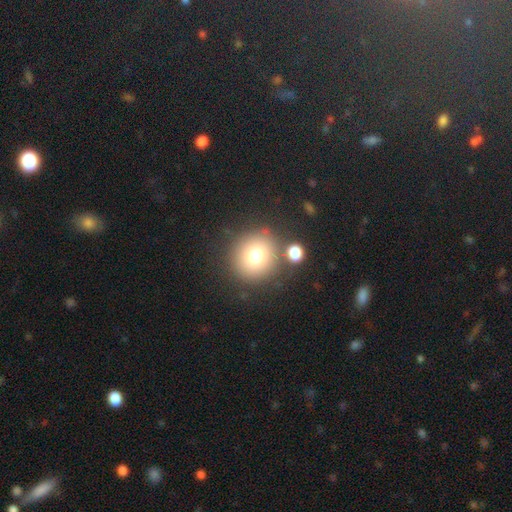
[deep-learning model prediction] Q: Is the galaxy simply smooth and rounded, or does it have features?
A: smooth — 76%.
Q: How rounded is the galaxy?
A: round — 90%.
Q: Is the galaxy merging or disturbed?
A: none — 77%.